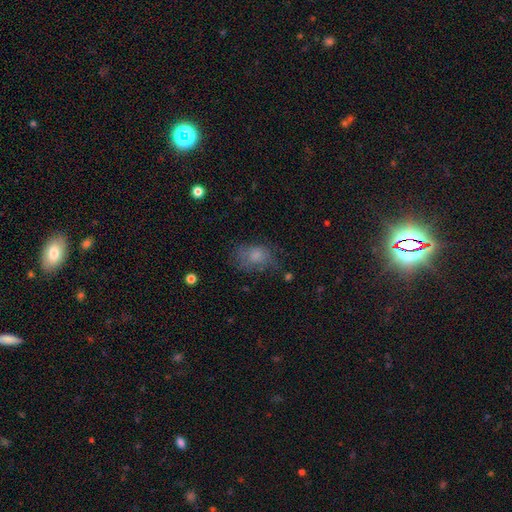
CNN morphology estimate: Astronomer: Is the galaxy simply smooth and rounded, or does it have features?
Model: smooth — 66%.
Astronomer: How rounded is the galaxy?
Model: in between — 73%.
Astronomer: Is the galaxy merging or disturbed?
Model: none — 50% (runner-up: minor disturbance, 28%).